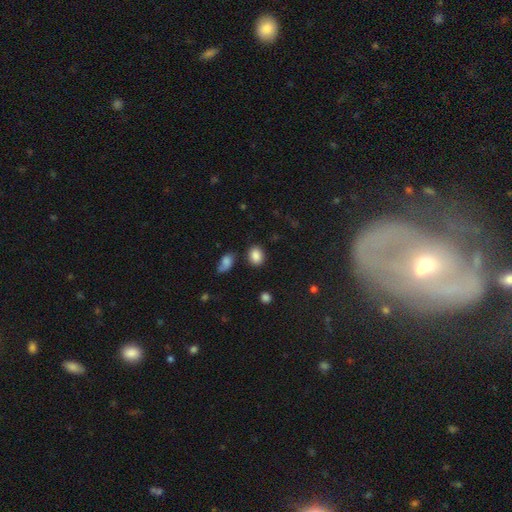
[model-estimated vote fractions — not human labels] Smooth or featured? smooth (86%)
How rounded? in between (57%)
Merging? none (82%)